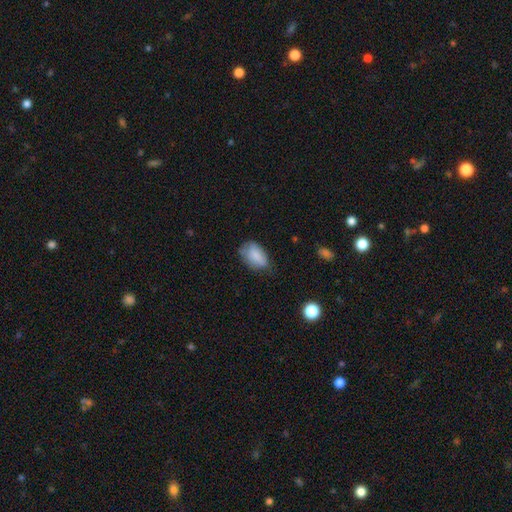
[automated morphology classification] The model was most divided on "merging": none: 52%, minor disturbance: 36%, major disturbance: 10%, merger: 2%. More confident: how rounded — in between (90%); smooth or featured — smooth (80%).